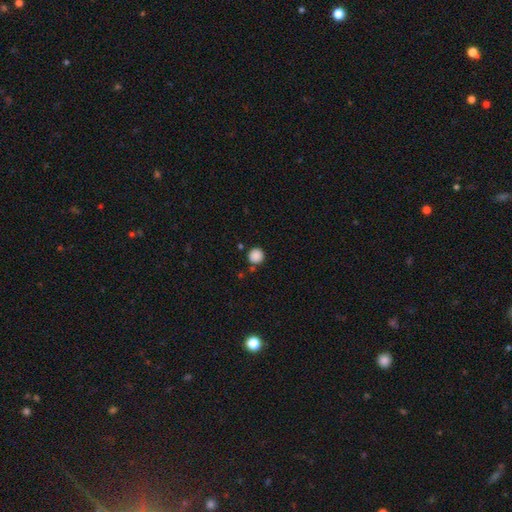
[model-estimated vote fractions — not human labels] Overall: smooth (88%). How rounded: round (94%). Merging: none (84%).